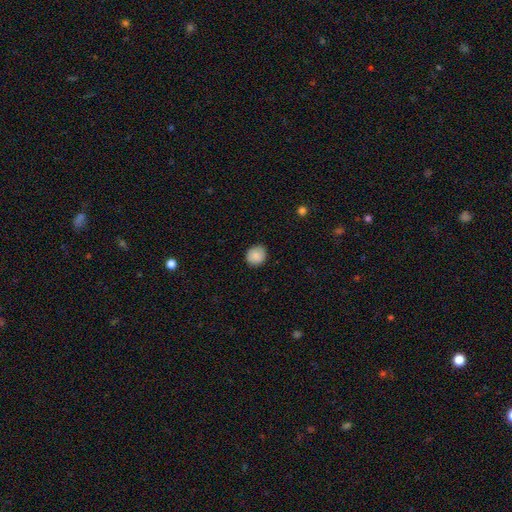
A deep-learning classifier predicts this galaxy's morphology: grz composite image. It shows a smooth galaxy with no disk features (87%) that is round (84%). Merging: none (88%).